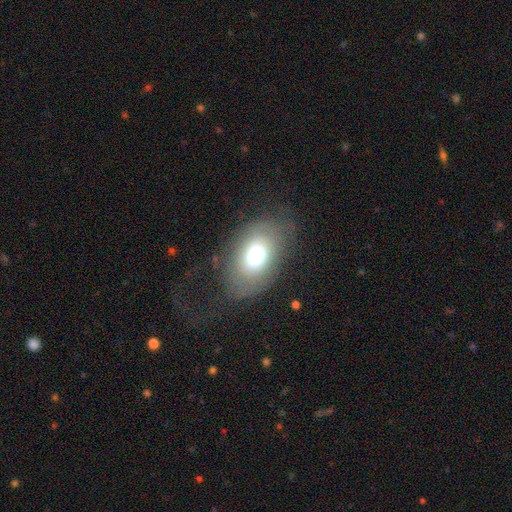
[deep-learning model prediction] A smooth galaxy with no disk features (64%) that is in between round and cigar-shaped (86%).

Vote fractions:
- Smooth or featured? smooth: 64% / featured or disk: 26% / star or artifact: 9%
- How rounded? in between: 86% / round: 12% / cigar-shaped: 1%
- Merging? none: 67% / minor disturbance: 19% / major disturbance: 12% / merger: 2%